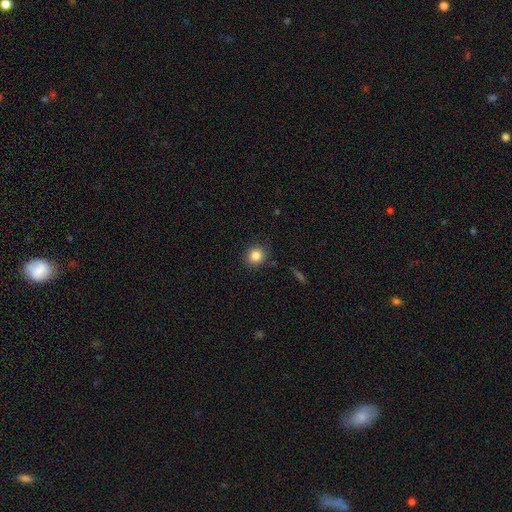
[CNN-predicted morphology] This appears to be a smooth galaxy with no disk features (84%) that is round (83%). Merging: none (85%).